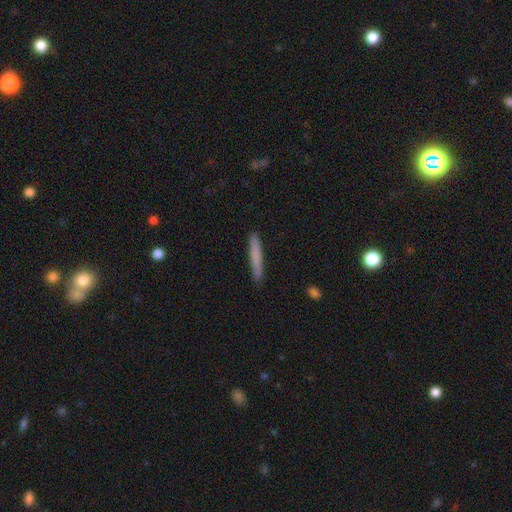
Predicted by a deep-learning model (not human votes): smooth-or-featured: smooth: 76% | featured or disk: 18% | star or artifact: 6%
  how-rounded: cigar-shaped: 96% | in between: 3% | round: 1%
  merging: none: 89% | minor disturbance: 8% | major disturbance: 2% | merger: 1%